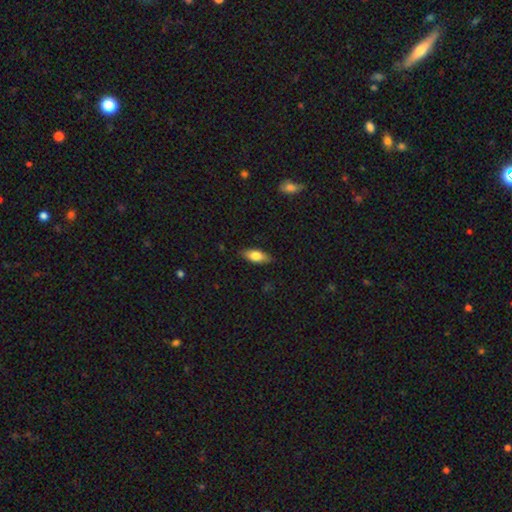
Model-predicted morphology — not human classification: smooth_or_featured: smooth (p=0.74) [alt: featured or disk p=0.20]
how_rounded: in between (p=0.79) [alt: cigar-shaped p=0.19]
merging: none (p=0.86) [alt: minor disturbance p=0.11]